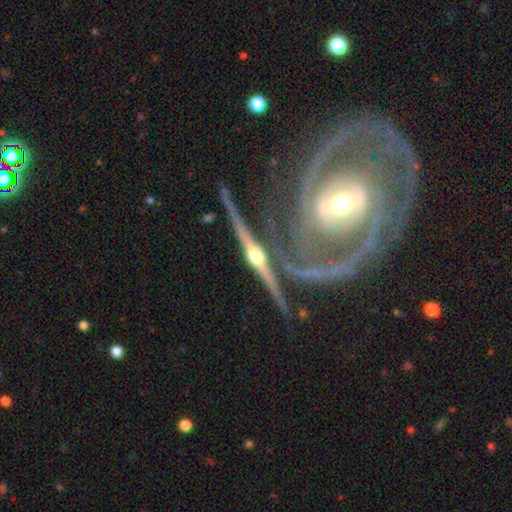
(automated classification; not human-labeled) Morphology: type=featured or disk (80%); edge-on=yes (83%); edge-on bulge=rounded (91%); merging=none (56%).